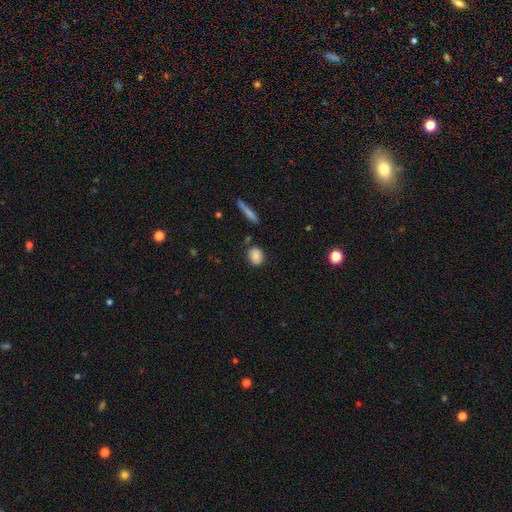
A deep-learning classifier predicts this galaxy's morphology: A smooth galaxy with no disk features (84%) that is round (49%). Merging: none (82%).